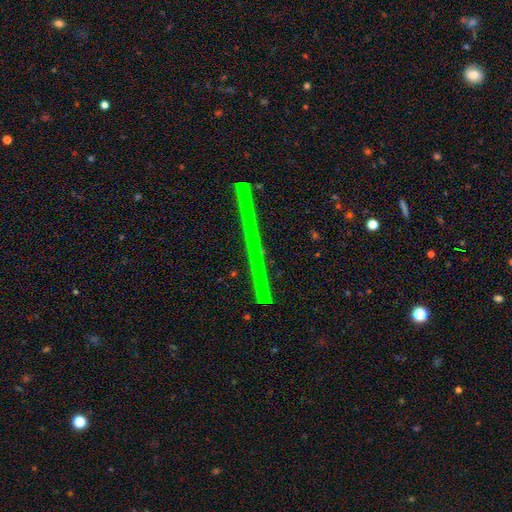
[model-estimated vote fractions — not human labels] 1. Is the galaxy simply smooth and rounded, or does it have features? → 68% star or artifact, 22% featured or disk, 10% smooth.